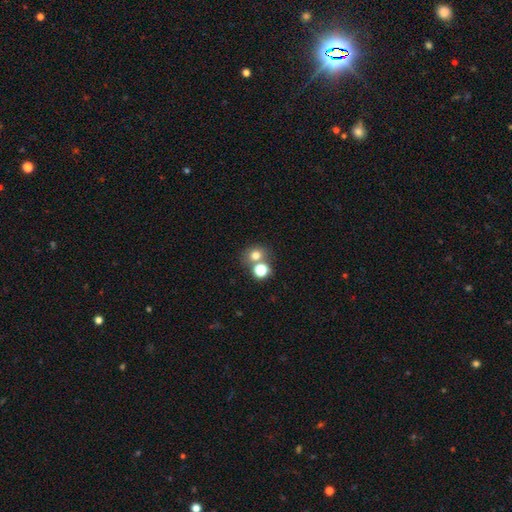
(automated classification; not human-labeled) Smooth or featured: smooth — 73% (star or artifact — 17%)
How rounded: round — 78% (in between — 21%)
Merging: none — 56% (merger — 33%)